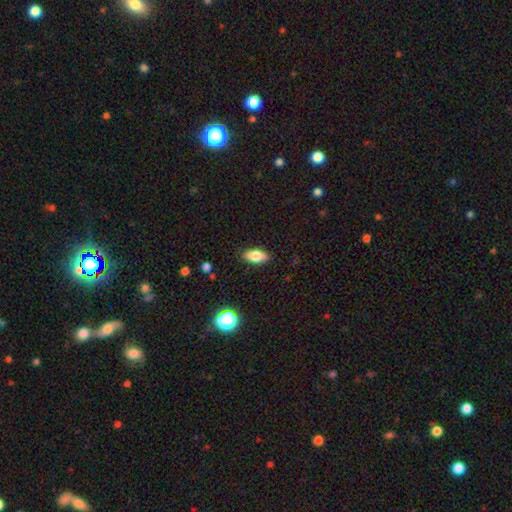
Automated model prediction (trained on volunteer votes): A smooth galaxy with no disk features (79%) that is in between round and cigar-shaped (86%). Merging: none (87%).